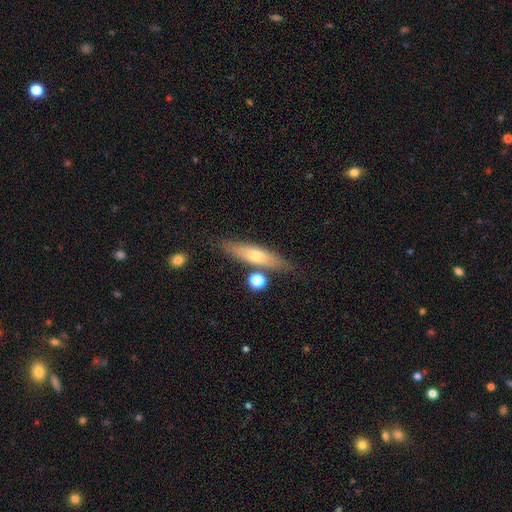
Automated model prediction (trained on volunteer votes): smooth_or_featured: smooth (p=0.56) [alt: featured or disk p=0.37]
how_rounded: cigar-shaped (p=0.75) [alt: in between p=0.22]
merging: none (p=0.78) [alt: minor disturbance p=0.12]